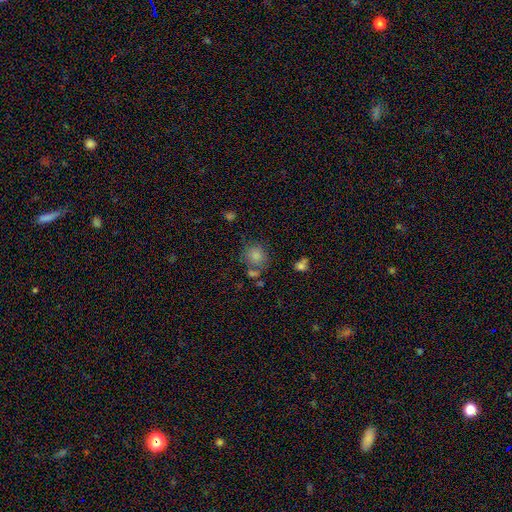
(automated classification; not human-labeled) Morphology: type=smooth (80%); roundness=round (77%); merging=none (62%).